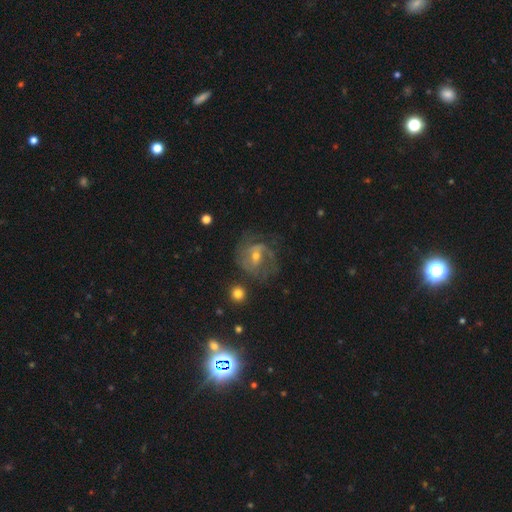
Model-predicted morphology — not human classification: A featured or disk galaxy (75%) with a weak bar (47%), 2 (48%) medium (45%) spiral arms (84%) and a moderate central bulge (51%). Merging: none (57%).